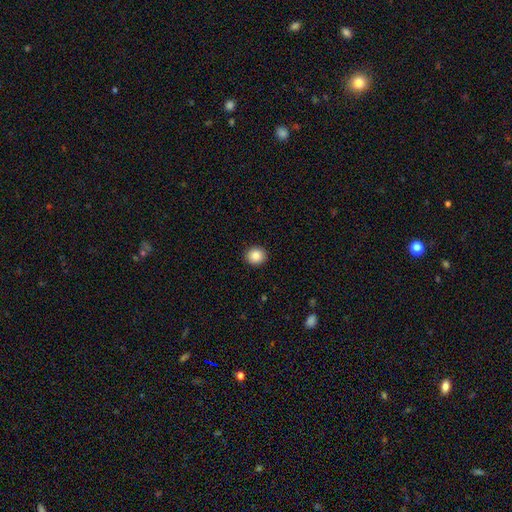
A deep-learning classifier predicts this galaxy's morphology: type=smooth (86%); roundness=round (82%); merging=none (92%).